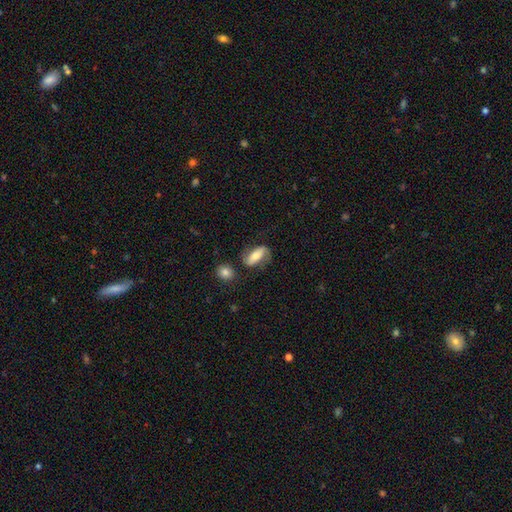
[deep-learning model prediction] Smooth or featured: featured or disk — 49% (smooth — 43%)
Merging: none — 66% (minor disturbance — 20%)